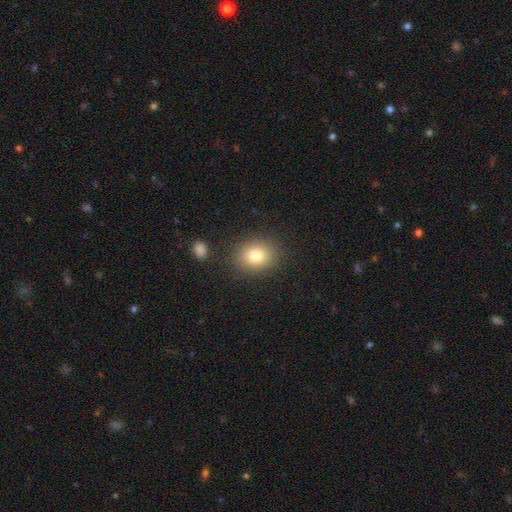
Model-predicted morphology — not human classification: Smooth or featured: smooth — 81% (star or artifact — 10%)
How rounded: in between — 60% (round — 39%)
Merging: none — 84% (minor disturbance — 10%)